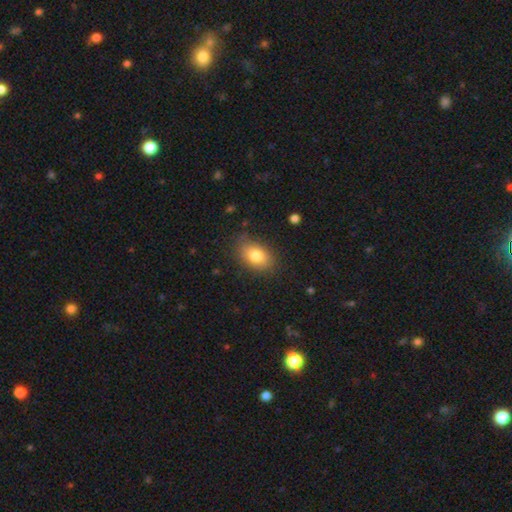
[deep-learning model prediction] smooth 80%, featured or disk 12%, star or artifact 8%. Down the decision tree: how rounded — in between (85%); merging — none (80%).